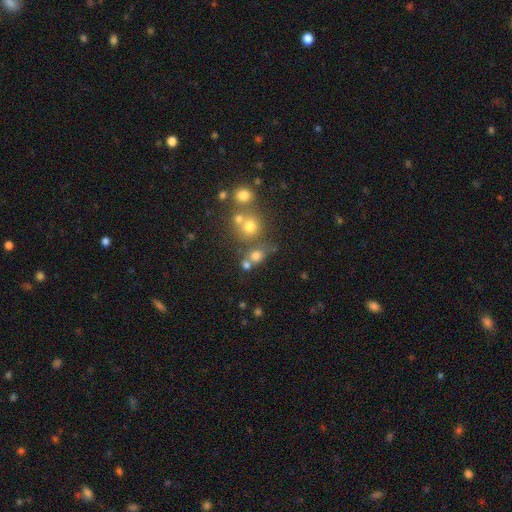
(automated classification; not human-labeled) smooth-or-featured: smooth: 69% | star or artifact: 18% | featured or disk: 12%
  how-rounded: round: 74% | in between: 25% | cigar-shaped: 2%
  merging: none: 54% | merger: 30% | minor disturbance: 11% | major disturbance: 6%